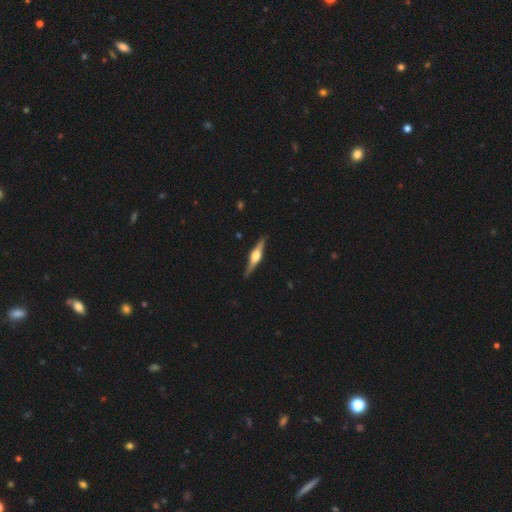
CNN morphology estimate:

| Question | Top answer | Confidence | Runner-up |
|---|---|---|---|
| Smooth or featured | featured or disk | 76% | smooth (20%) |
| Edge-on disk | yes | 97% | no (3%) |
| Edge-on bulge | rounded | 90% | boxy (8%) |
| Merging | none | 88% | minor disturbance (9%) |